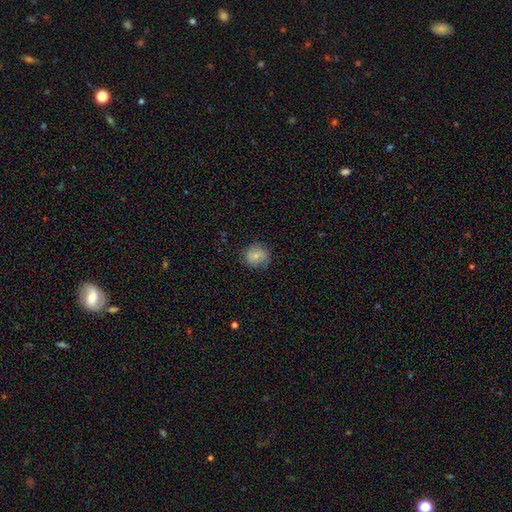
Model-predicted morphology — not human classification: This is likely a smooth galaxy (69%). How rounded: likely round (79%). Merging: likely none (76%).